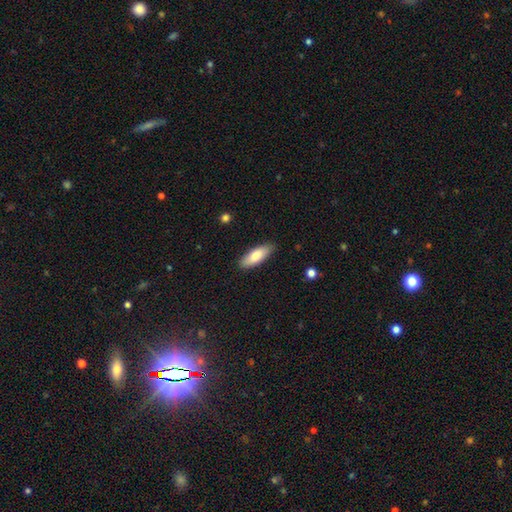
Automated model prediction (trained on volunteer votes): A smooth galaxy with no disk features (79%) that is in between round and cigar-shaped (69%). Merging: none (86%).